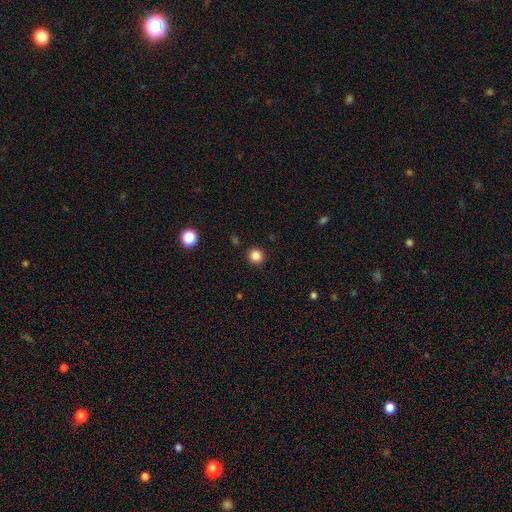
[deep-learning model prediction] Smooth or featured: smooth — 85% (star or artifact — 12%)
How rounded: round — 93% (in between — 6%)
Merging: none — 92% (minor disturbance — 5%)